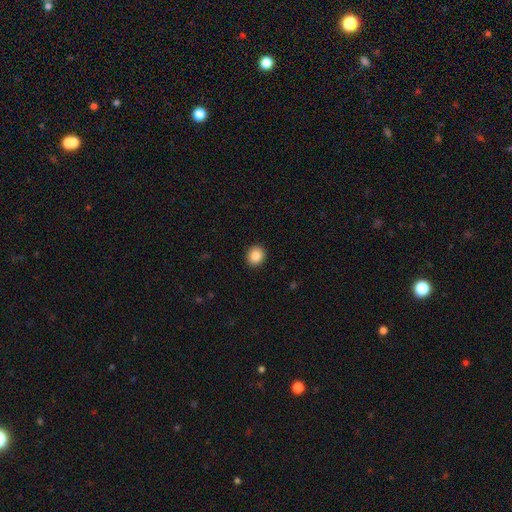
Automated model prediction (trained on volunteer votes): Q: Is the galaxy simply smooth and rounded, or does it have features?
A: smooth — 87%.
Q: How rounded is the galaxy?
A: round — 75%.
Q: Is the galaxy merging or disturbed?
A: none — 92%.